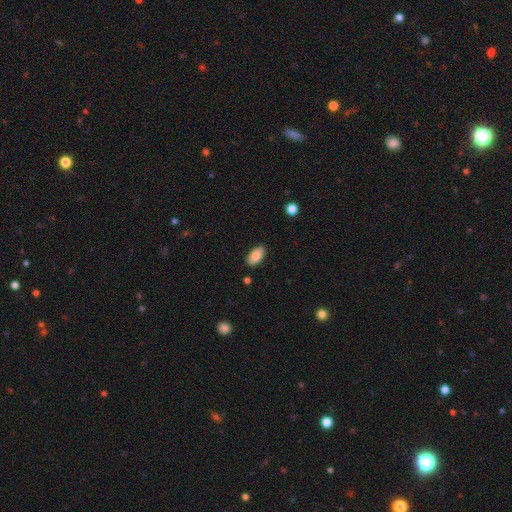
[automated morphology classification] Smooth or featured? Predicted: smooth (p=0.83). How rounded? Predicted: in between (p=0.94). Merging? Predicted: none (p=0.87).